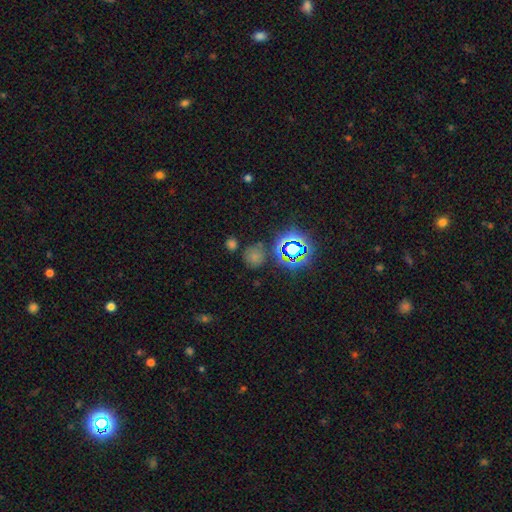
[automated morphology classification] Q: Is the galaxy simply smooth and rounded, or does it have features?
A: smooth — 60%.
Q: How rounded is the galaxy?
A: round — 83%.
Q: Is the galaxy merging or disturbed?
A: none — 74%.